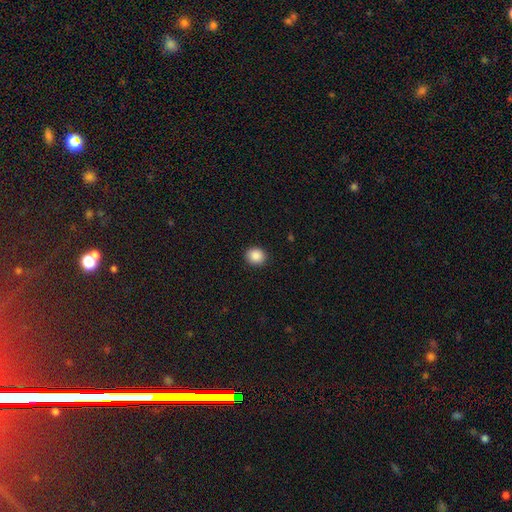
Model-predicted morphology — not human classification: This appears to be a smooth galaxy with no disk features (88%) that is round (79%). Merging: none (91%).